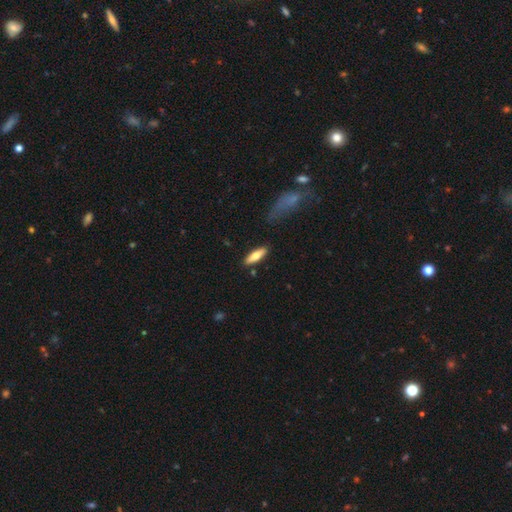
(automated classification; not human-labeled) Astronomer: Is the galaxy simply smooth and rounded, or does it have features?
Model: smooth — 67%.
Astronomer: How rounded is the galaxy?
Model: cigar-shaped — 52% (runner-up: in between, 46%).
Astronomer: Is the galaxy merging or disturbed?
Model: none — 86%.